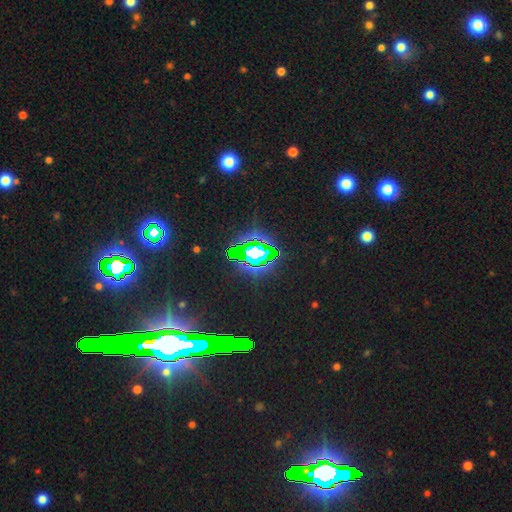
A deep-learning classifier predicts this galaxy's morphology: This is likely a star or artifact rather than a galaxy (75%).